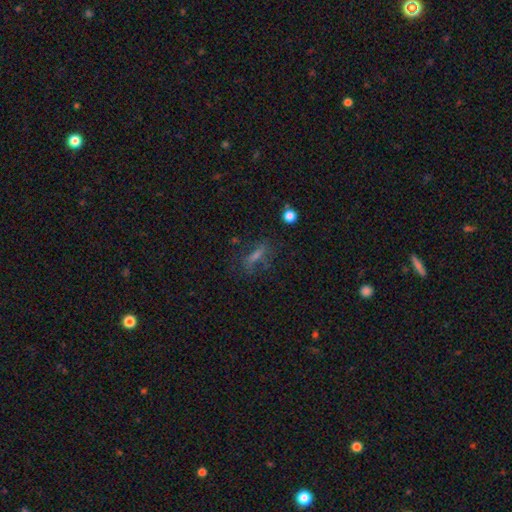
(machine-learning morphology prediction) This appears to be a smooth galaxy with no disk features (40%). Merging: none (65%).